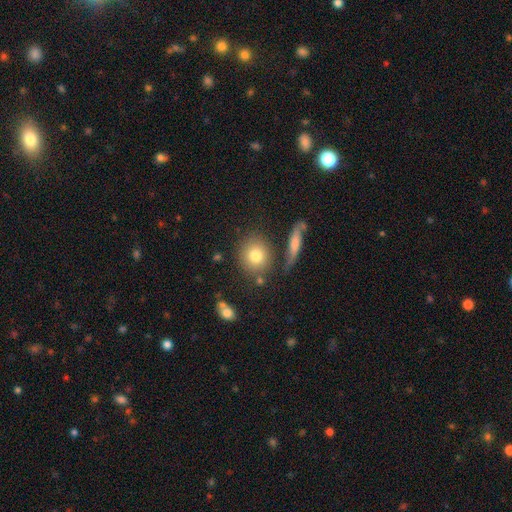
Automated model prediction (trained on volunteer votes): Smooth or featured? Predicted: smooth (p=0.78). How rounded? Predicted: round (p=0.80). Merging? Predicted: none (p=0.75).